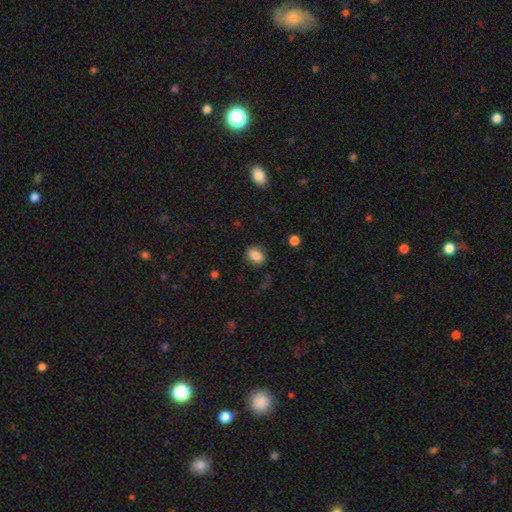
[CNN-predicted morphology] Smooth or featured? Predicted: smooth (p=0.84). How rounded? Predicted: in between (p=0.73). Merging? Predicted: none (p=0.79).